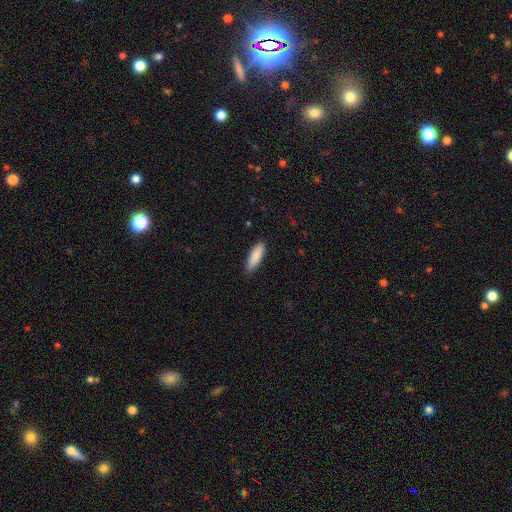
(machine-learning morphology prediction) Smooth or featured: smooth — 88% (featured or disk — 6%)
How rounded: cigar-shaped — 52% (in between — 47%)
Merging: none — 84% (minor disturbance — 12%)